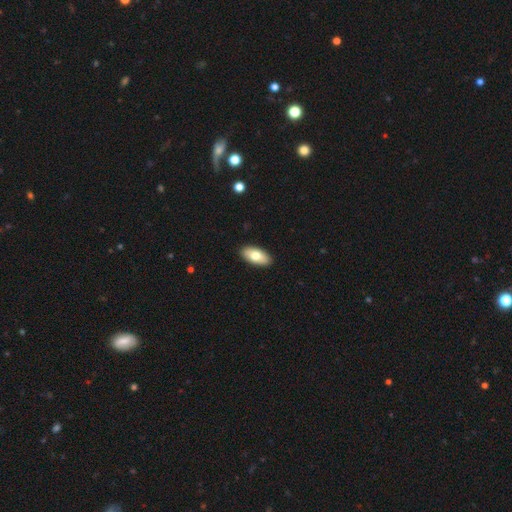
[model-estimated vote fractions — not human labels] Morphology: type=smooth (76%); roundness=in between (92%); merging=none (91%).